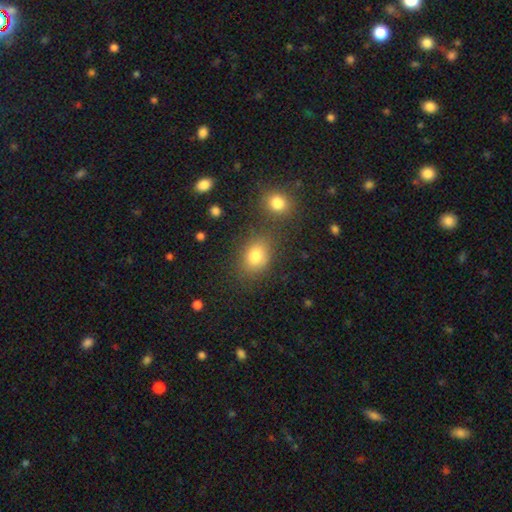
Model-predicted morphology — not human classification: smooth_or_featured: smooth (p=0.80) [alt: star or artifact p=0.12]
how_rounded: in between (p=0.67) [alt: round p=0.31]
merging: none (p=0.73) [alt: minor disturbance p=0.13]